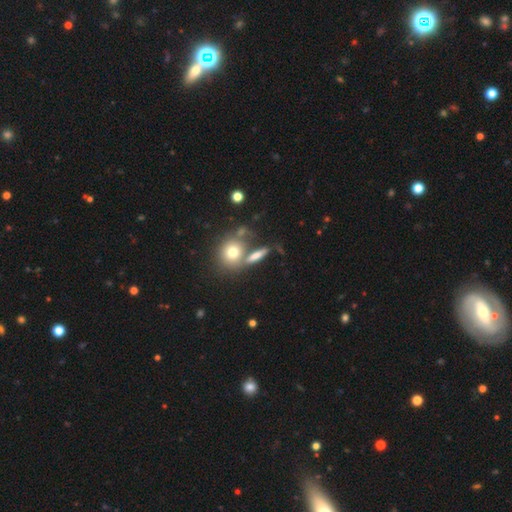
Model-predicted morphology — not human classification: smooth_or_featured: smooth (p=0.65) [alt: featured or disk p=0.23]
how_rounded: cigar-shaped (p=0.42) [alt: in between p=0.36]
merging: none (p=0.57) [alt: merger p=0.23]